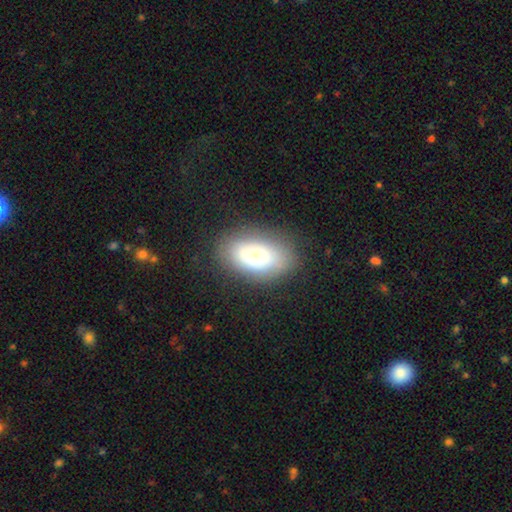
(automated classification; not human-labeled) A smooth galaxy with no disk features (58%) that is in between round and cigar-shaped (87%). Merging: none (78%).